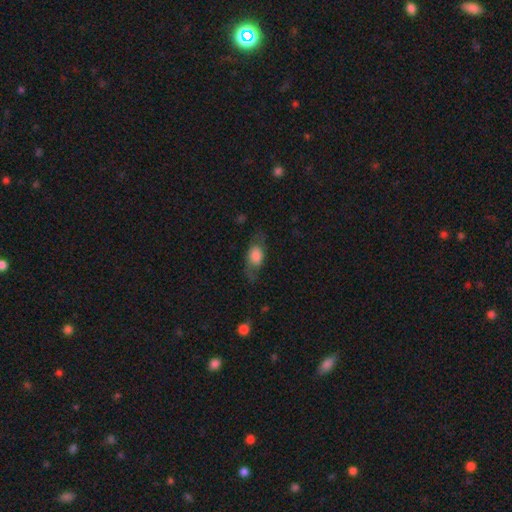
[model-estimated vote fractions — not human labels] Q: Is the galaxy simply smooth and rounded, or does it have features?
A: smooth — 65%.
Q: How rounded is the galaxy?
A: in between — 77%.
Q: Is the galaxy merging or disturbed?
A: none — 64%.